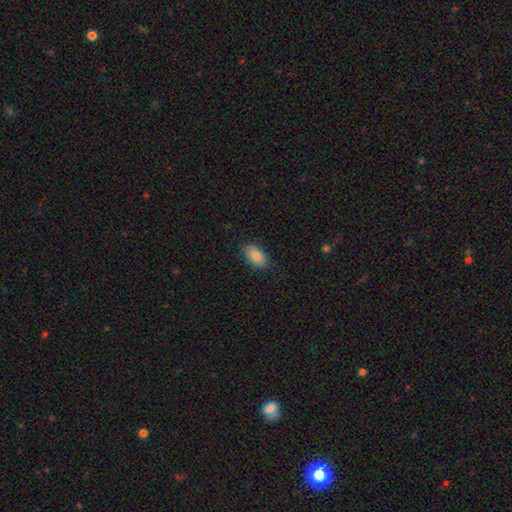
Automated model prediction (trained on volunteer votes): Q: Smooth or featured?
A: smooth (86%); runner-up: featured or disk (7%)
Q: How rounded?
A: in between (93%); runner-up: round (4%)
Q: Merging?
A: none (84%); runner-up: minor disturbance (13%)